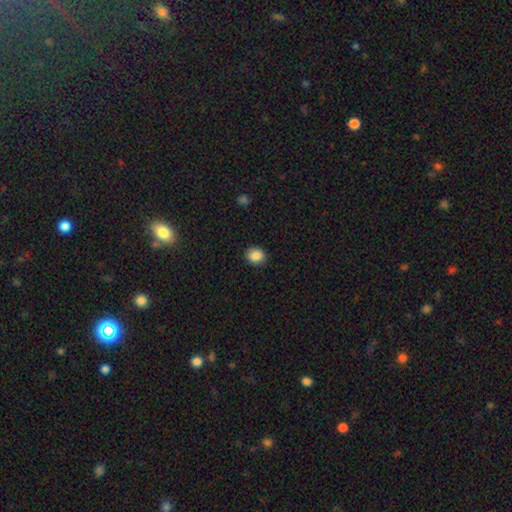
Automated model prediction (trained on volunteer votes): A smooth galaxy with no disk features (87%) that is round (63%).

Vote fractions:
- Smooth or featured? smooth: 87% / star or artifact: 9% / featured or disk: 4%
- How rounded? round: 63% / in between: 36% / cigar-shaped: 1%
- Merging? none: 89% / minor disturbance: 8% / major disturbance: 2% / merger: 1%